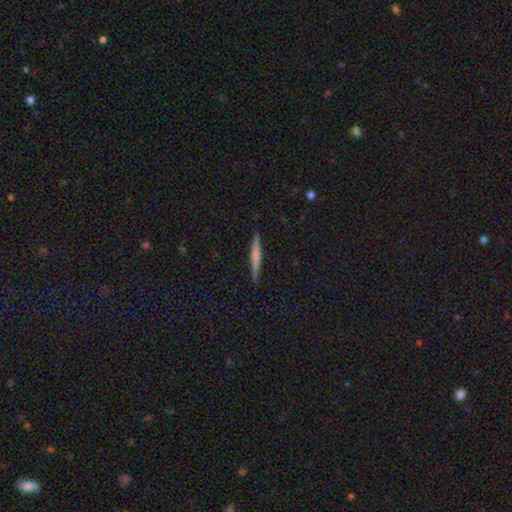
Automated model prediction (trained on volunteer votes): This appears to be a smooth galaxy with no disk features (51%) that is cigar-shaped (95%). Merging: none (91%).